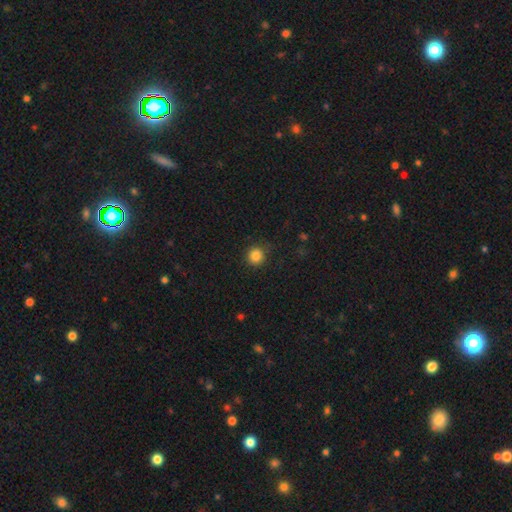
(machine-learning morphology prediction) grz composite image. It shows a smooth galaxy with no disk features (85%) that is round (92%). Merging: none (88%).